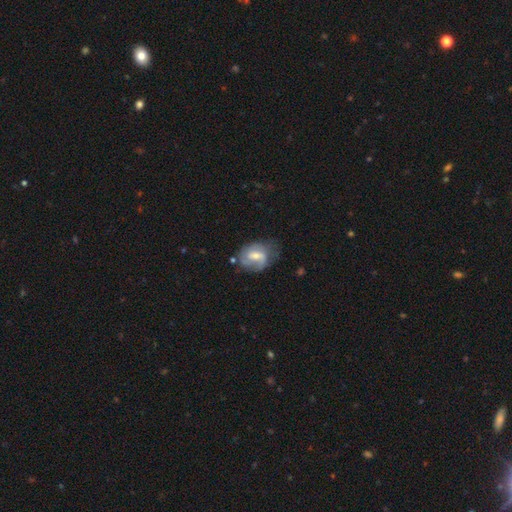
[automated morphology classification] A featured or disk galaxy (70%) with a weak bar (55%), 2 (59%) medium (44%) spiral arms (87%) and a moderate central bulge (51%). Merging: none (54%).